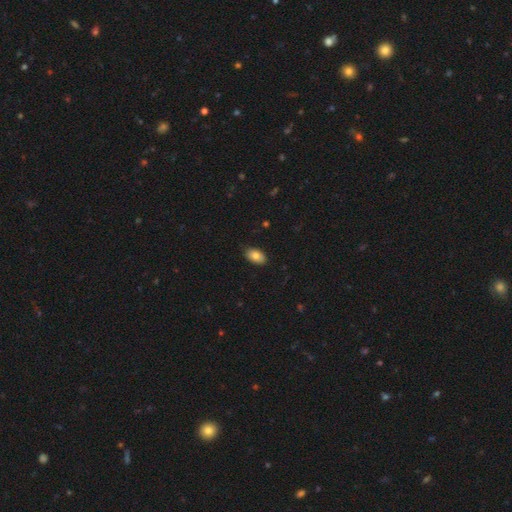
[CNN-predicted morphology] A smooth galaxy with no disk features (82%) that is in between round and cigar-shaped (92%). Merging: none (87%).